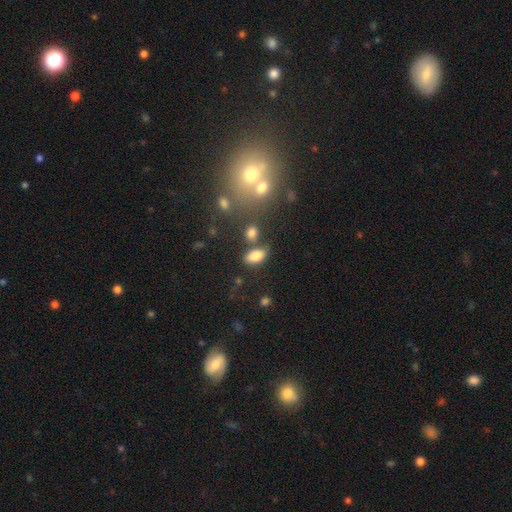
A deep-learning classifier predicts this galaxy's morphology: A smooth galaxy with no disk features (82%) that is in between round and cigar-shaped (90%). Merging: none (67%).